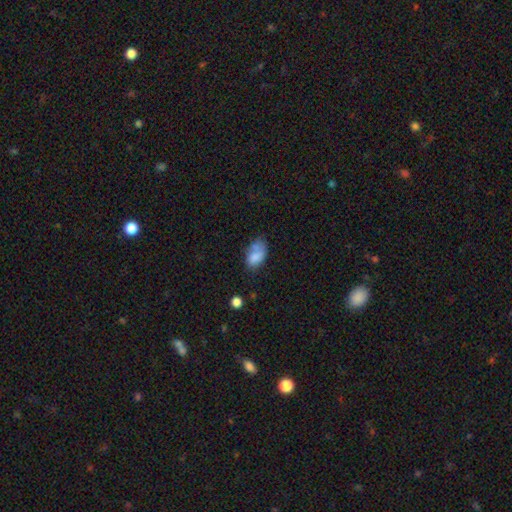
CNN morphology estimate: A smooth galaxy with no disk features (75%) that is in between round and cigar-shaped (89%). Merging: none (39%).